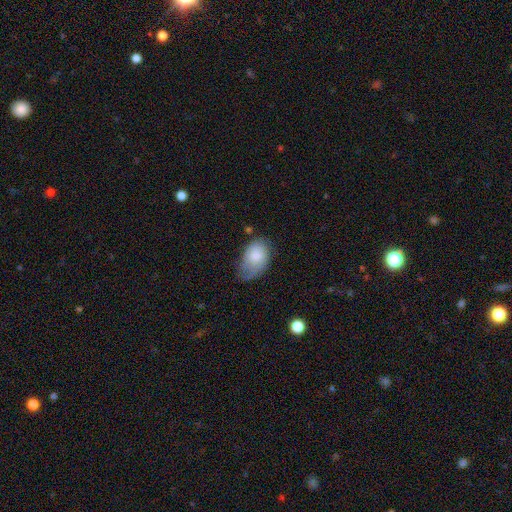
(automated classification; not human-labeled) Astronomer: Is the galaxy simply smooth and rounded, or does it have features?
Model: smooth — 74%.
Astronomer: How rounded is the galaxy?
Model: in between — 86%.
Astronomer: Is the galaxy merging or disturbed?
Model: minor disturbance — 41% (runner-up: none, 39%).